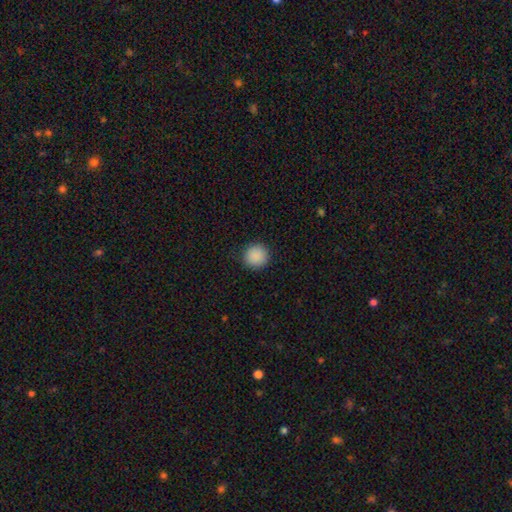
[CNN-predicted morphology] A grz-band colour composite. It shows a smooth galaxy with no disk features (89%) that is round (93%). Merging: none (91%).